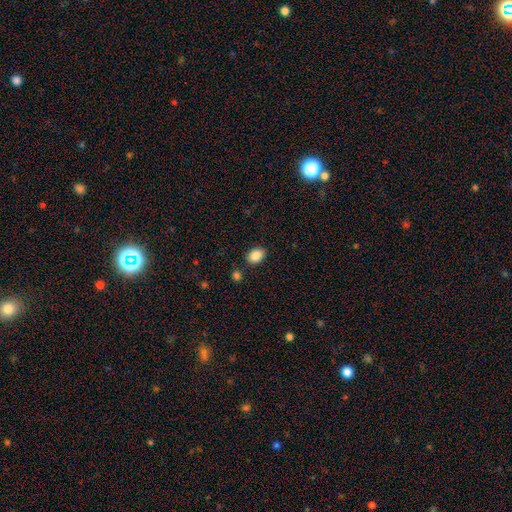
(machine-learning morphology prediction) This appears to be a smooth galaxy with no disk features (86%) that is in between round and cigar-shaped (71%). Merging: none (86%).